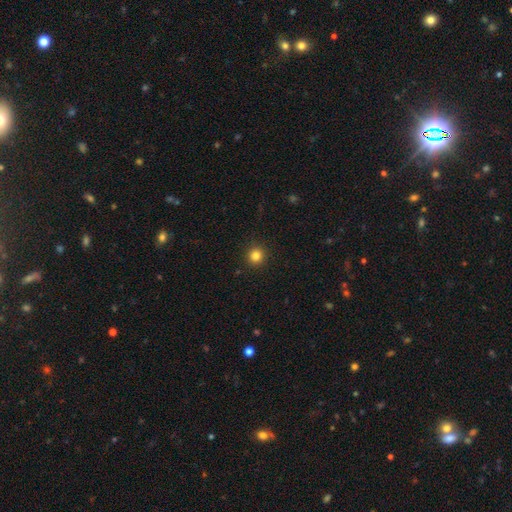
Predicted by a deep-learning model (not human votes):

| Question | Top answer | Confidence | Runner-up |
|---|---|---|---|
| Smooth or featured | smooth | 83% | star or artifact (12%) |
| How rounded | round | 93% | in between (6%) |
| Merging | none | 92% | minor disturbance (5%) |